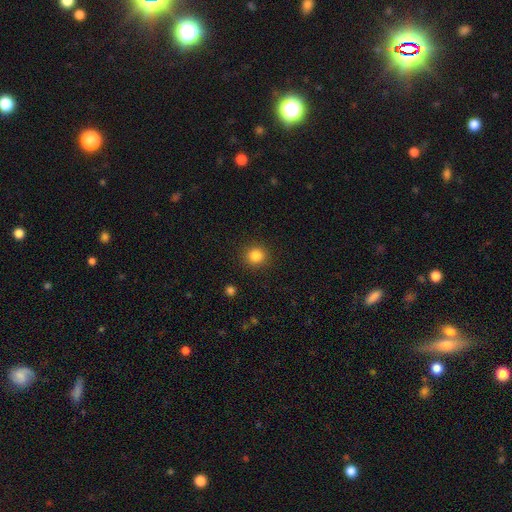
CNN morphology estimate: The model was most divided on "smooth or featured": smooth: 84%, star or artifact: 12%, featured or disk: 4%. More confident: how rounded — round (91%); merging — none (91%).